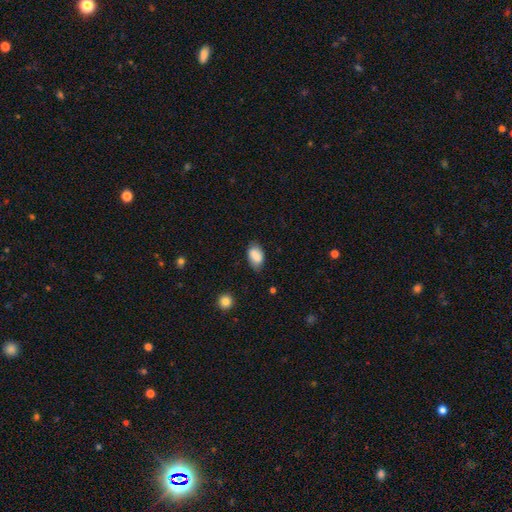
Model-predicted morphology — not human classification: Smooth or featured?
  - smooth: 85% *
  - featured or disk: 8%
  - star or artifact: 7%
How rounded?
  - in between: 91% *
  - round: 7%
  - cigar-shaped: 2%
Merging?
  - none: 71% *
  - minor disturbance: 23%
  - major disturbance: 5%
  - merger: 2%